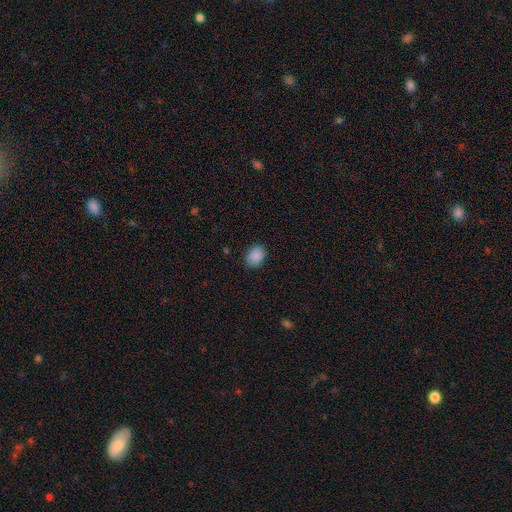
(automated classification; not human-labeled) The model was most divided on "how rounded": in between: 63%, round: 36%, cigar-shaped: 1%. More confident: smooth or featured — smooth (88%); merging — none (84%).